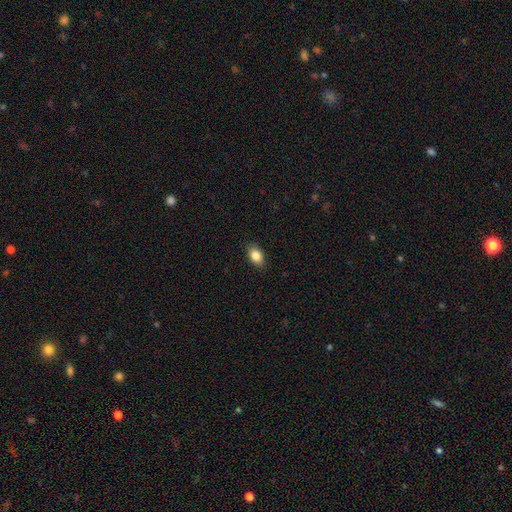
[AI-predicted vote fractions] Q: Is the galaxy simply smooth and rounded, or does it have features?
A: smooth — 86%.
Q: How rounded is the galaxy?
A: in between — 88%.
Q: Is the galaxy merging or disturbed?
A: none — 88%.